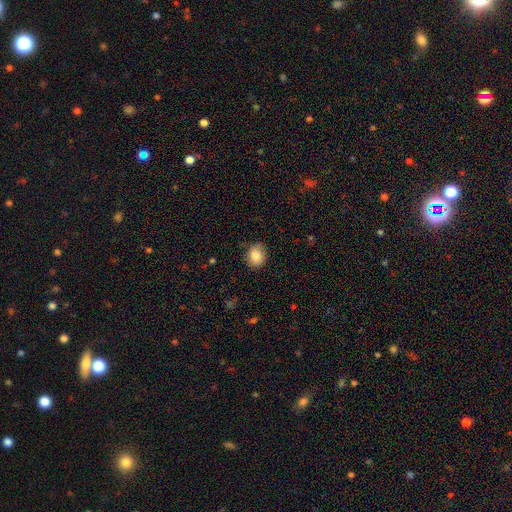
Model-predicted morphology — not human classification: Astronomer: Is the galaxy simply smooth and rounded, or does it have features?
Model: smooth — 85%.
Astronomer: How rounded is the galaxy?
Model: round — 62% (runner-up: in between, 37%).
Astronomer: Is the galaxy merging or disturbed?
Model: none — 83%.